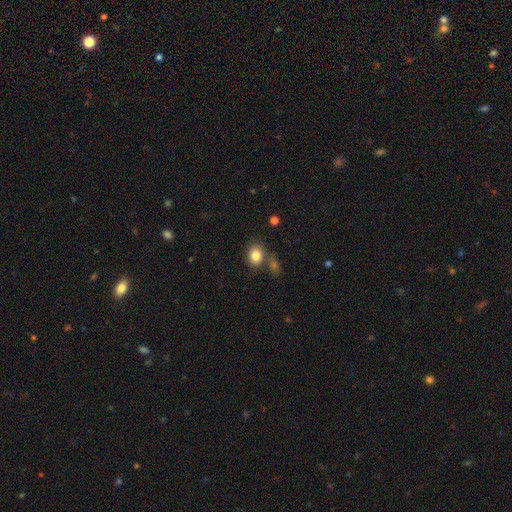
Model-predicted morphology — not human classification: This appears to be a smooth galaxy with no disk features (83%) that is in between round and cigar-shaped (55%). Merging: none (61%).